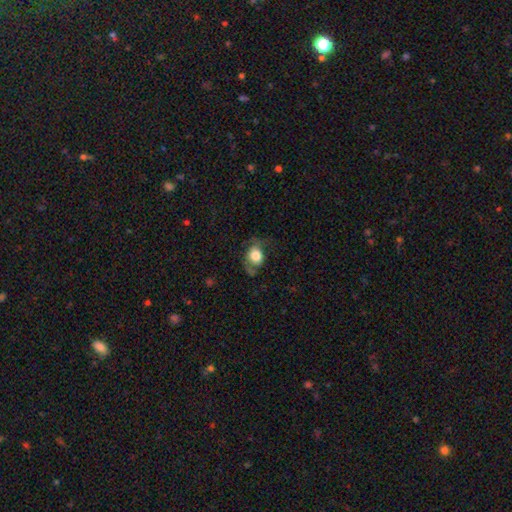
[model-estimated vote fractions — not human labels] This is likely a smooth galaxy (62%). How rounded: possibly in between (54%). Merging: marginally none (43%).